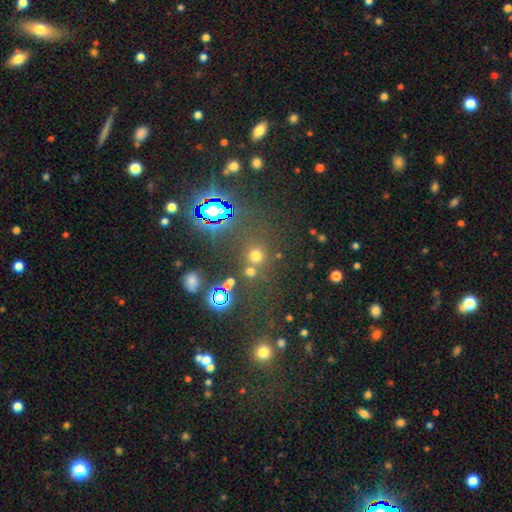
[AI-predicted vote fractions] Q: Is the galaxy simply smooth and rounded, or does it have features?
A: smooth — 58%.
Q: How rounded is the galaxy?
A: round — 88%.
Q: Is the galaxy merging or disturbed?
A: none — 66%.